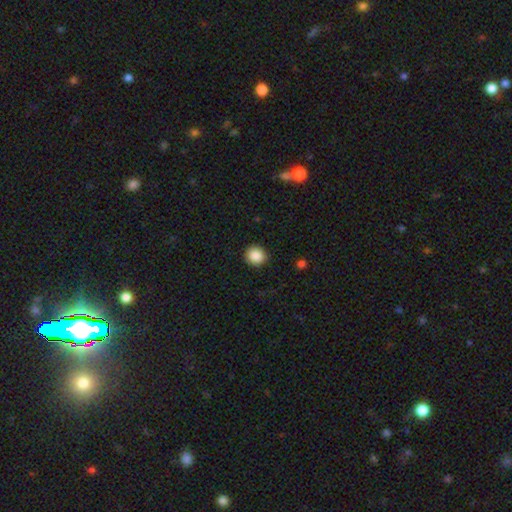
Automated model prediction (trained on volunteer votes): Smooth or featured?
  - smooth: 87% *
  - star or artifact: 9%
  - featured or disk: 4%
How rounded?
  - round: 91% *
  - in between: 8%
  - cigar-shaped: 1%
Merging?
  - none: 91% *
  - minor disturbance: 6%
  - major disturbance: 2%
  - merger: 1%